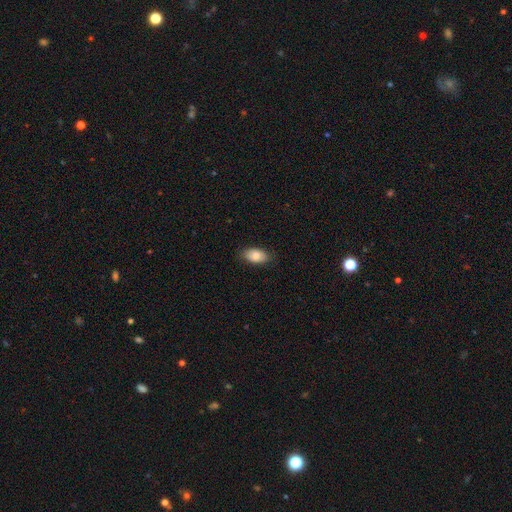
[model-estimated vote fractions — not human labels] This is clearly a smooth galaxy (84%). How rounded: clearly in between (92%). Merging: clearly none (85%).